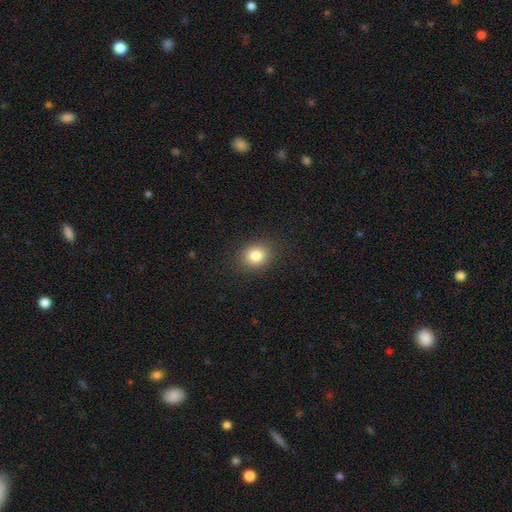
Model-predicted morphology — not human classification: smooth 83%, star or artifact 11%, featured or disk 7%. Down the decision tree: how rounded — round (67%); merging — none (88%).